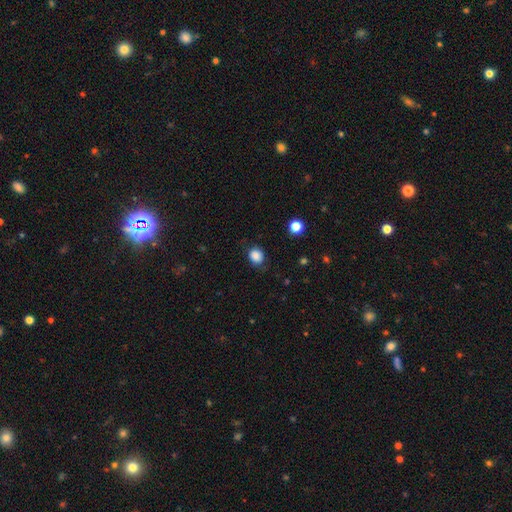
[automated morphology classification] Overall: smooth (86%). How rounded: round (68%; in between 31%). Merging: none (78%).